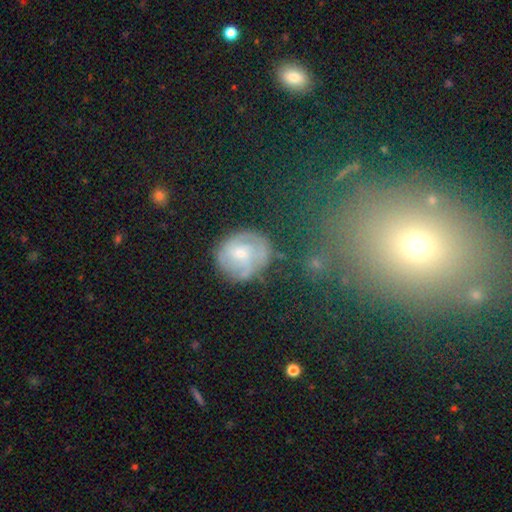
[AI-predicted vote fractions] Smooth or featured? featured or disk (61%)
Edge-on disk? no (97%)
Bar? no (60%)
Spiral arms? yes (80%)
Bulge size? small (58%)
Merging? none (69%)